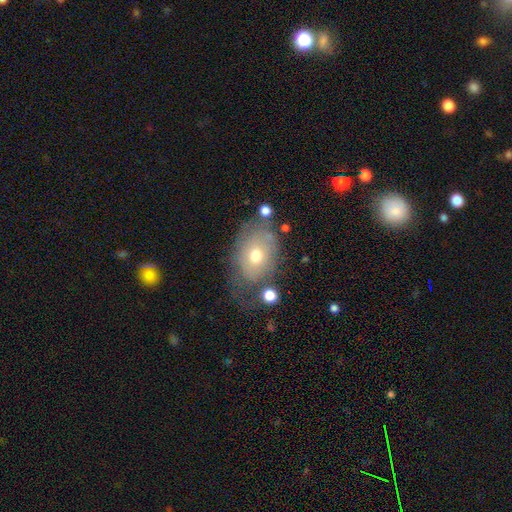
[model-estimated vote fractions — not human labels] Smooth or featured? smooth (55%)
How rounded? in between (71%)
Merging? none (47%)